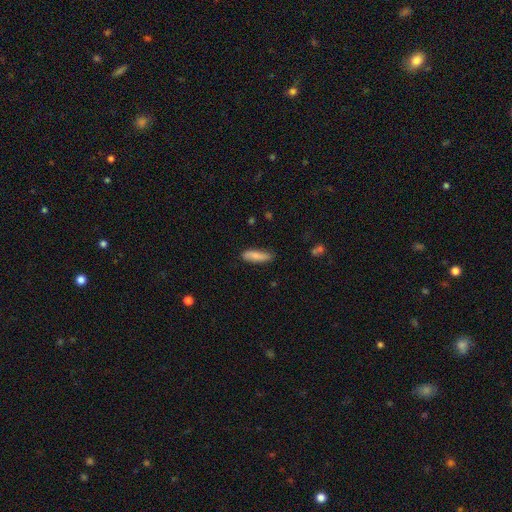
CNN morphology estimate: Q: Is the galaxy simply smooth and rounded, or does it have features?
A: smooth — 80%.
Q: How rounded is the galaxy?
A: cigar-shaped — 57%.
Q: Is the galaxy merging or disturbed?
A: none — 78%.